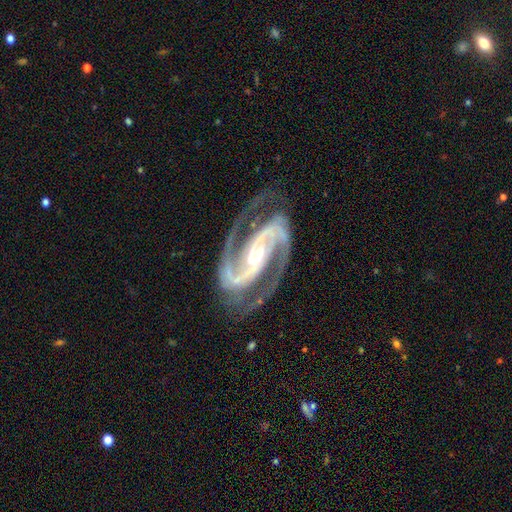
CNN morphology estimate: Smooth or featured?
  - featured or disk: 94% *
  - star or artifact: 4%
  - smooth: 2%
Edge-on disk?
  - no: 98% *
  - yes: 2%
Bar?
  - strong: 50% *
  - weak: 29%
  - no: 21%
Spiral arms?
  - yes: 99% *
  - no: 1%
Spiral winding?
  - medium: 61% *
  - tight: 30%
  - loose: 9%
Spiral arm count?
  - 2: 88% *
  - 3: 6%
  - can't tell: 2%
  - 4: 2%
  - 1: 1%
  - more than 4: 1%
Bulge size?
  - small: 54% *
  - moderate: 41%
  - large: 3%
  - none: 1%
  - dominant: 1%
Merging?
  - none: 75% *
  - minor disturbance: 15%
  - major disturbance: 8%
  - merger: 2%